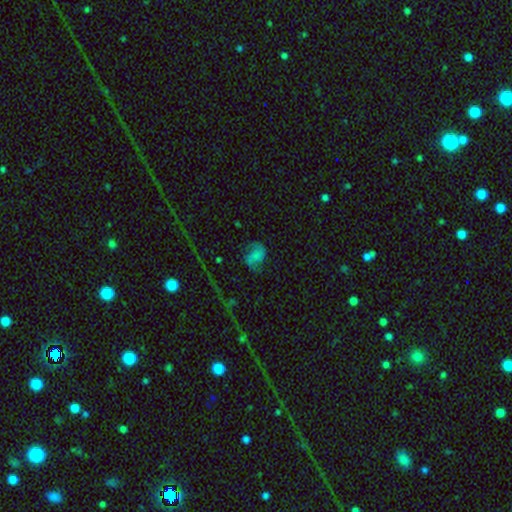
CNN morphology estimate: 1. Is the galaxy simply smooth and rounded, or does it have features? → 50% featured or disk, 35% smooth, 15% star or artifact.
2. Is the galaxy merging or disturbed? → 59% none, 22% minor disturbance, 16% major disturbance, 3% merger.